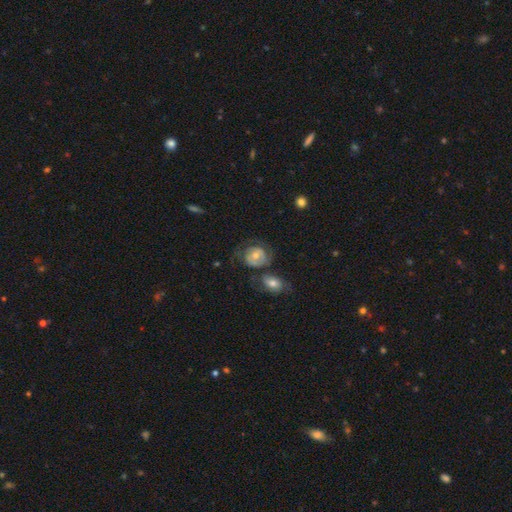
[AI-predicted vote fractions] Overall: featured or disk (52%; smooth 40%). Edge-on disk: no (97%). Bar: no (77%). Spiral arms: yes (60%; no 40%). Bulge size: moderate (62%; small 30%). Merging: none (43%; minor disturbance 20%).